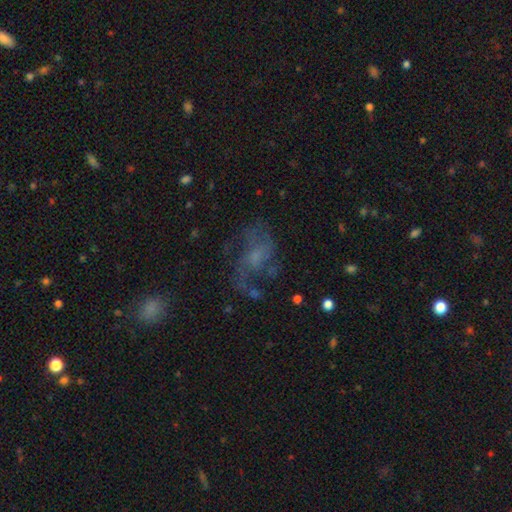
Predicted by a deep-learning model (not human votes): A featured or disk galaxy (64%) with no bar (63%), spiral arms (79%) and a small central bulge (42%).

Vote fractions:
- Smooth or featured? featured or disk: 64% / smooth: 21% / star or artifact: 15%
- Edge-on disk? no: 97% / yes: 3%
- Bar? no: 63% / weak: 31% / strong: 6%
- Spiral arms? yes: 79% / no: 21%
- Bulge size? small: 42% / moderate: 26% / none: 25% / large: 4% / dominant: 1%
- Merging? none: 49% / major disturbance: 29% / minor disturbance: 19% / merger: 4%